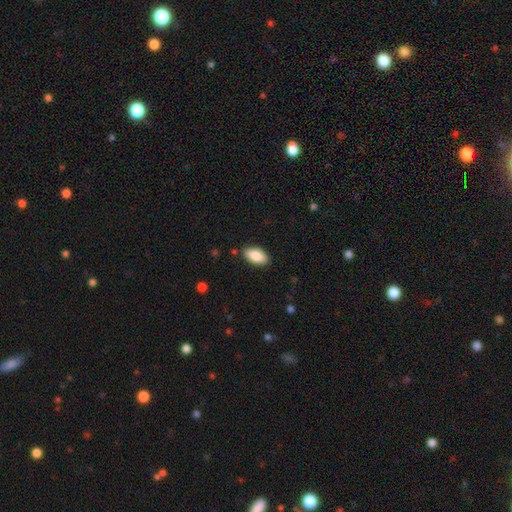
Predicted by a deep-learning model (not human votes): Smooth or featured? smooth (87%)
How rounded? in between (94%)
Merging? none (87%)